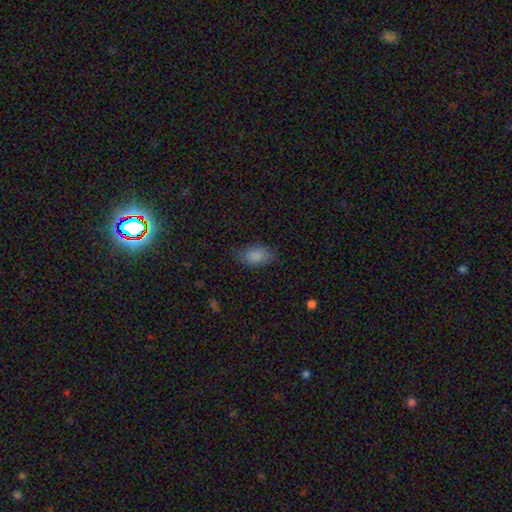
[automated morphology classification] This appears to be a smooth galaxy with no disk features (85%) that is in between round and cigar-shaped (89%). Merging: none (71%).